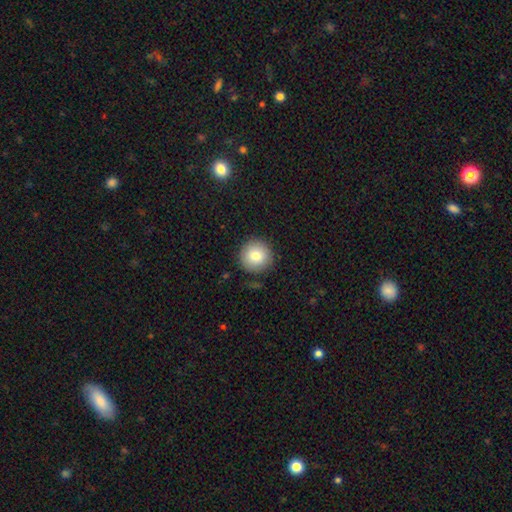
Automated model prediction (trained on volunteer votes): Smooth or featured? smooth (80%)
How rounded? round (96%)
Merging? none (88%)